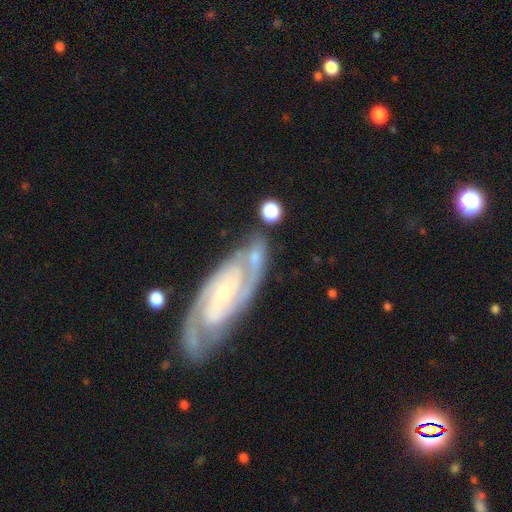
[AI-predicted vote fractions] Q: Smooth or featured?
A: featured or disk (53%); runner-up: smooth (38%)
Q: Edge-on disk?
A: no (89%); runner-up: yes (11%)
Q: Merging?
A: none (49%); runner-up: minor disturbance (19%)